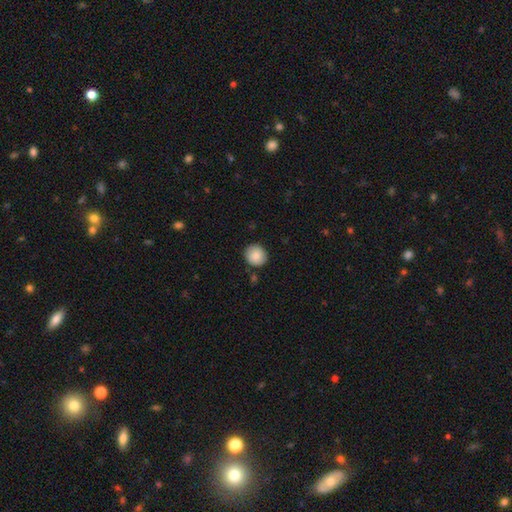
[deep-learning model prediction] This is clearly a smooth galaxy (87%). How rounded: clearly round (91%). Merging: clearly none (87%).